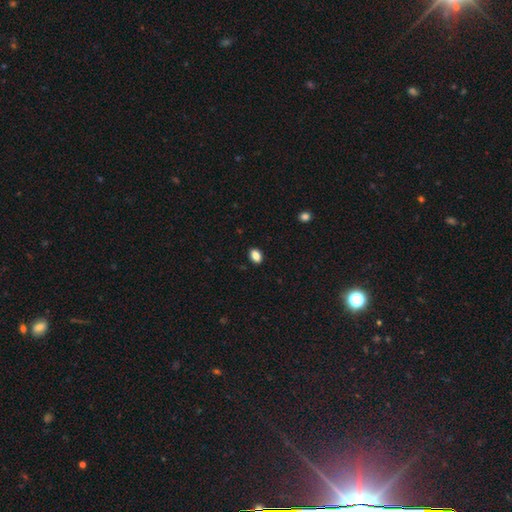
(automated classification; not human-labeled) Smooth or featured? Predicted: smooth (p=0.87). How rounded? Predicted: in between (p=0.83). Merging? Predicted: none (p=0.89).